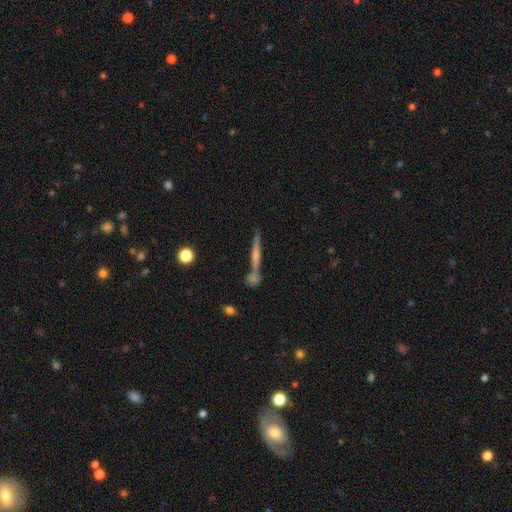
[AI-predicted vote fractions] A featured or disk galaxy (51%) viewed edge-on (88%). Merging: none (68%).